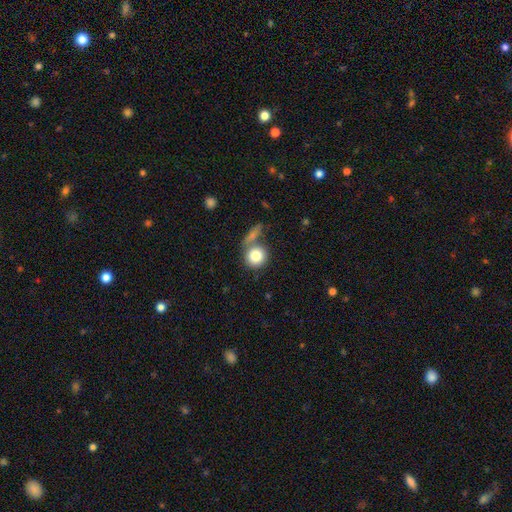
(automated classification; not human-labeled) Smooth or featured? smooth (80%)
How rounded? round (88%)
Merging? none (56%)